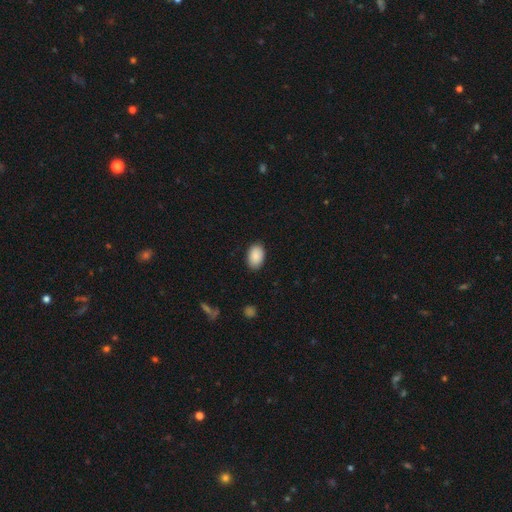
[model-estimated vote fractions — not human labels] This is clearly a smooth galaxy (88%). How rounded: clearly in between (90%). Merging: clearly none (87%).